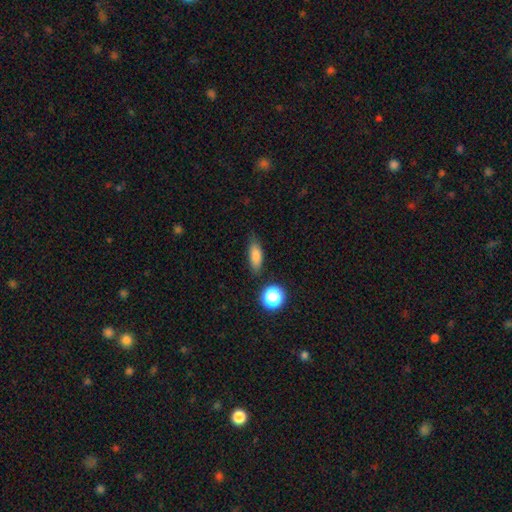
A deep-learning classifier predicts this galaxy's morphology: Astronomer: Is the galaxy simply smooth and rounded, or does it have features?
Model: smooth — 81%.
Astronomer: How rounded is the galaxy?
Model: in between — 68%.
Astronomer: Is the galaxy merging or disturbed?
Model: none — 77%.